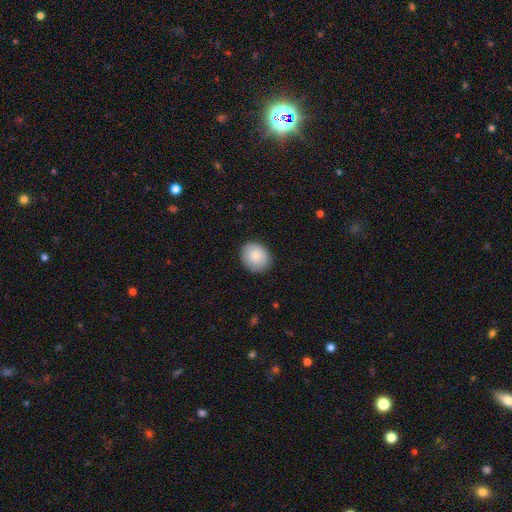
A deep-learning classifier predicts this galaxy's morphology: A smooth galaxy with no disk features (85%) that is round (62%). Merging: none (87%).